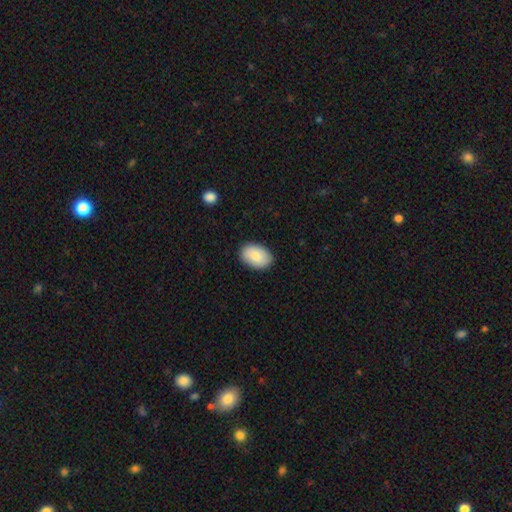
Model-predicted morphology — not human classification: type=smooth (85%); roundness=in between (86%); merging=none (88%).